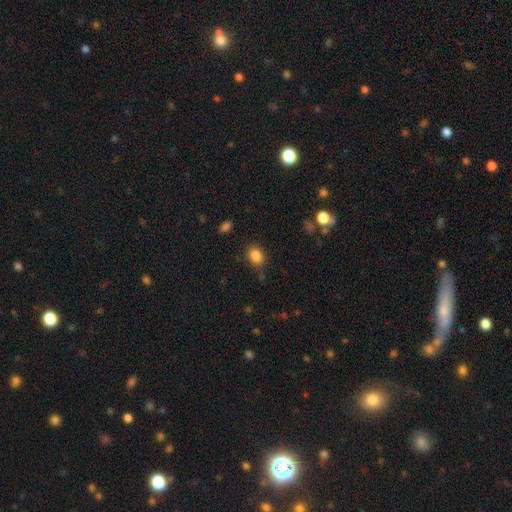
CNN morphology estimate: A smooth galaxy with no disk features (85%) that is in between round and cigar-shaped (70%). Merging: none (79%).